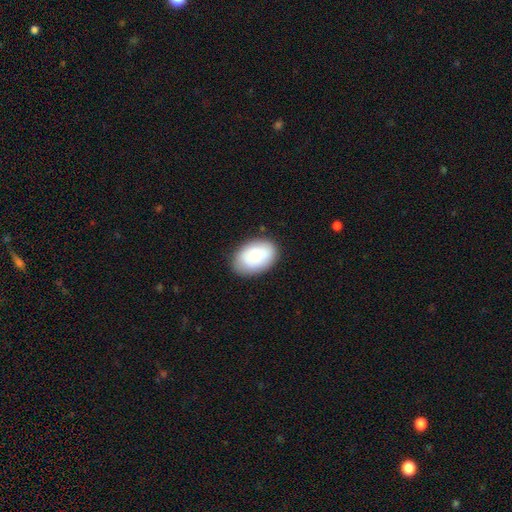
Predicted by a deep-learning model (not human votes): Smooth or featured?
  - smooth: 84% *
  - featured or disk: 10%
  - star or artifact: 6%
How rounded?
  - in between: 87% *
  - round: 12%
  - cigar-shaped: 1%
Merging?
  - none: 80% *
  - minor disturbance: 15%
  - major disturbance: 4%
  - merger: 2%